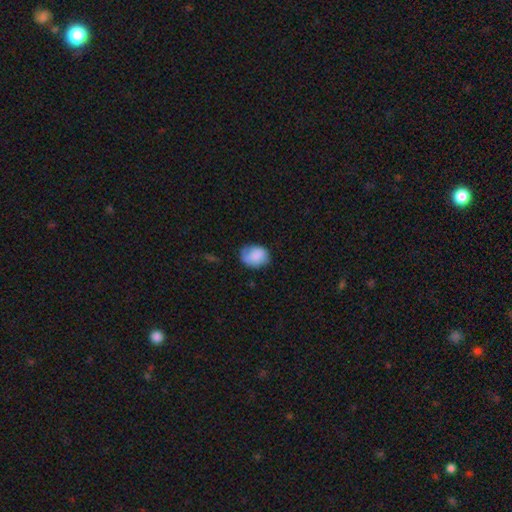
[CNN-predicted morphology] Smooth or featured? smooth (78%)
How rounded? in between (54%)
Merging? none (58%)